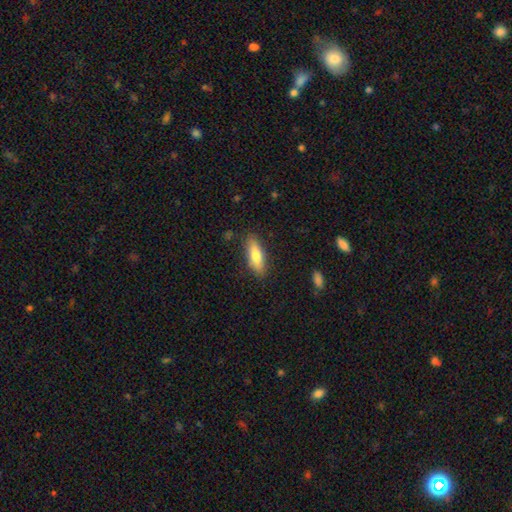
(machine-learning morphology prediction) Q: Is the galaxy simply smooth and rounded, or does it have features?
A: smooth — 73%.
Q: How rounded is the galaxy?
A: in between — 55%.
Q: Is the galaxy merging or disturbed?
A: none — 86%.